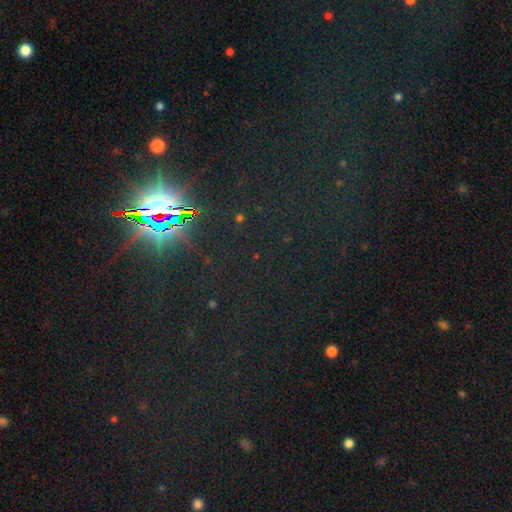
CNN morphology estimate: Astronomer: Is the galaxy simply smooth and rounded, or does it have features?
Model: star or artifact — 79%.